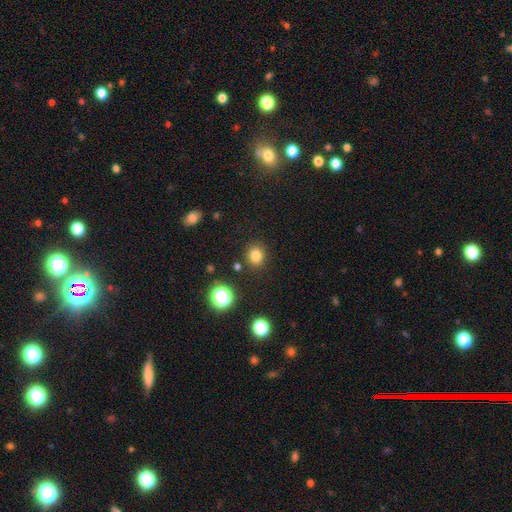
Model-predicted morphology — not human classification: Smooth or featured?
  - smooth: 80% *
  - star or artifact: 14%
  - featured or disk: 6%
How rounded?
  - round: 76% *
  - in between: 23%
  - cigar-shaped: 1%
Merging?
  - none: 86% *
  - minor disturbance: 8%
  - merger: 3%
  - major disturbance: 3%